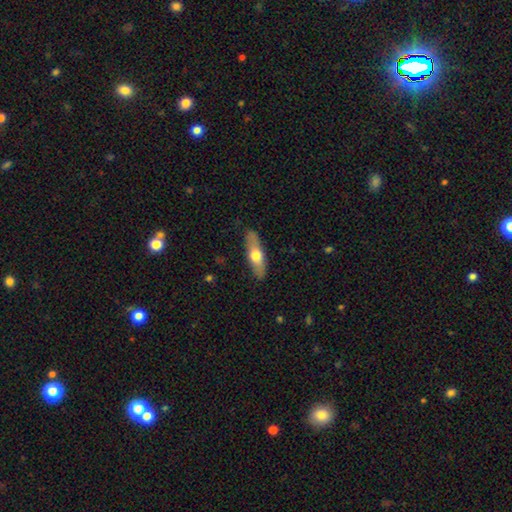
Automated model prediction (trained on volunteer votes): This appears to be a smooth galaxy with no disk features (55%) that is cigar-shaped (54%). Merging: none (86%).